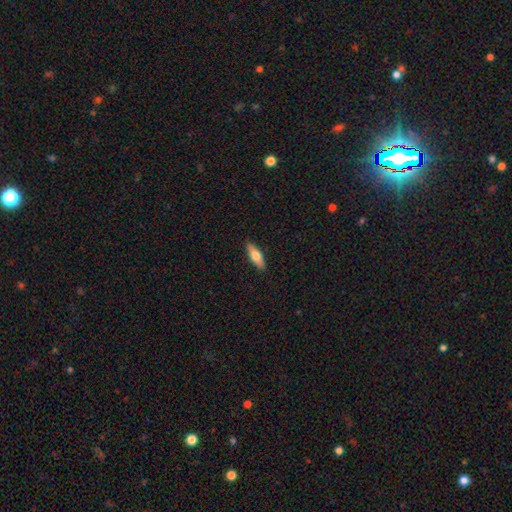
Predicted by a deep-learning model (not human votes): A smooth galaxy with no disk features (64%) that is cigar-shaped (51%).

Vote fractions:
- Smooth or featured? smooth: 64% / featured or disk: 30% / star or artifact: 6%
- How rounded? cigar-shaped: 51% / in between: 47% / round: 2%
- Merging? none: 90% / minor disturbance: 7% / major disturbance: 2% / merger: 1%